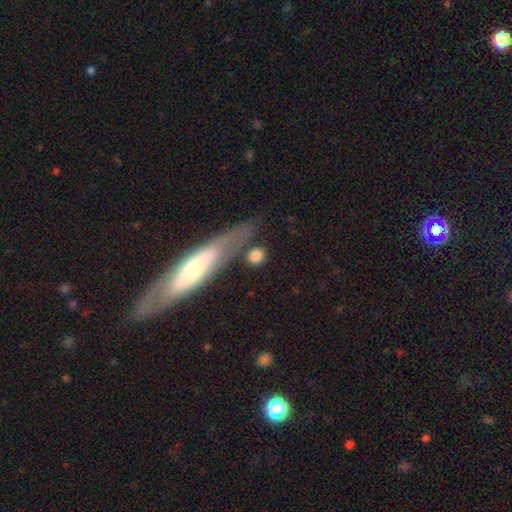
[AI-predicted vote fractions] Smooth or featured? smooth (83%)
How rounded? round (75%)
Merging? none (77%)